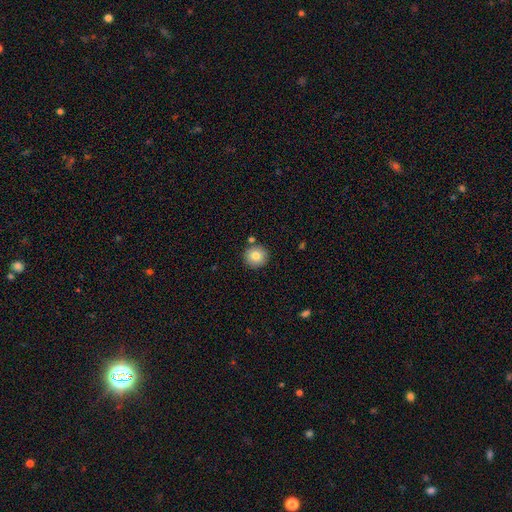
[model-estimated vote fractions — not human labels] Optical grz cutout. It shows a smooth galaxy with no disk features (81%) that is round (94%). Merging: none (85%).